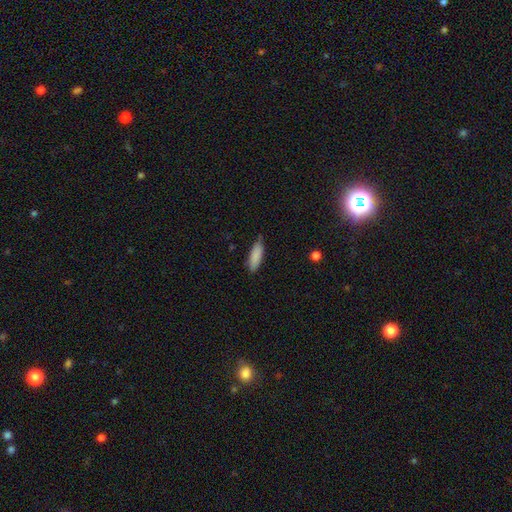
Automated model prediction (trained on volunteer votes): A smooth galaxy with no disk features (87%) that is in between round and cigar-shaped (53%).

Vote fractions:
- Smooth or featured? smooth: 87% / featured or disk: 7% / star or artifact: 6%
- How rounded? in between: 53% / cigar-shaped: 46% / round: 2%
- Merging? none: 76% / minor disturbance: 20% / major disturbance: 3% / merger: 2%